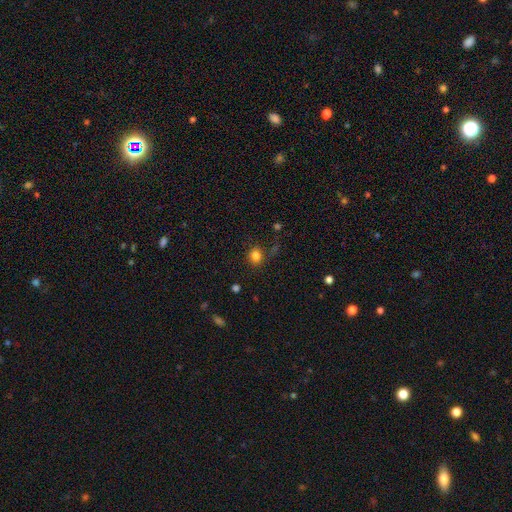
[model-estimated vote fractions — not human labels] smooth-or-featured: smooth: 82% | star or artifact: 13% | featured or disk: 5%
  how-rounded: round: 79% | in between: 20% | cigar-shaped: 1%
  merging: none: 82% | minor disturbance: 11% | major disturbance: 4% | merger: 3%